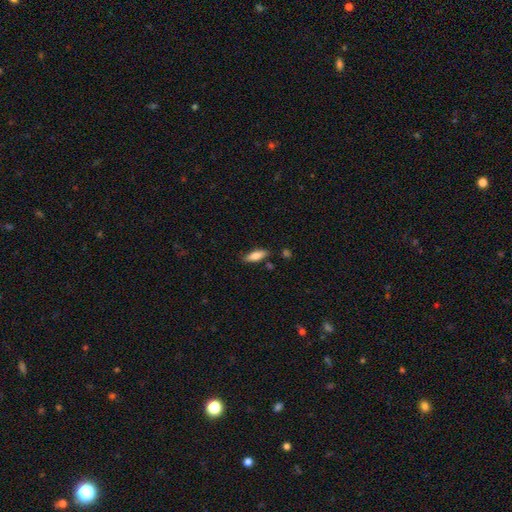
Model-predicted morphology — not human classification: smooth-or-featured: smooth: 80% | featured or disk: 13% | star or artifact: 6%
  how-rounded: in between: 63% | cigar-shaped: 35% | round: 2%
  merging: none: 83% | minor disturbance: 12% | merger: 3% | major disturbance: 2%